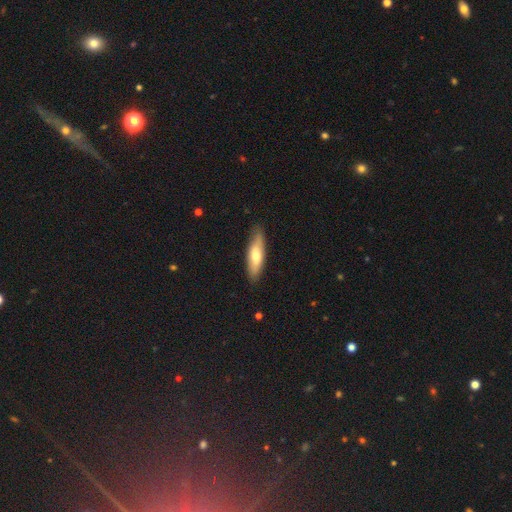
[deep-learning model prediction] Smooth or featured? smooth (62%)
How rounded? cigar-shaped (58%)
Merging? none (84%)